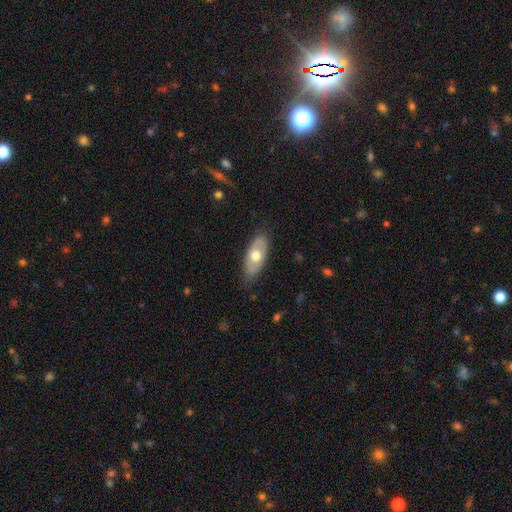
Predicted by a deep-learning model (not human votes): This is possibly a smooth galaxy (56%). How rounded: clearly in between (87%). Merging: likely none (79%).